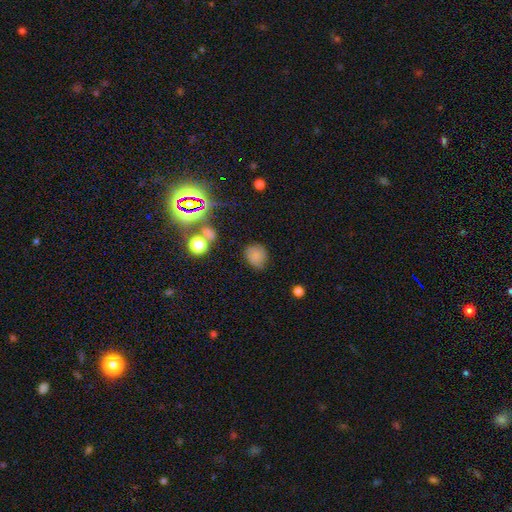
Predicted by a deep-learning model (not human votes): This appears to be a smooth galaxy with no disk features (71%) that is round (69%). Merging: none (67%).